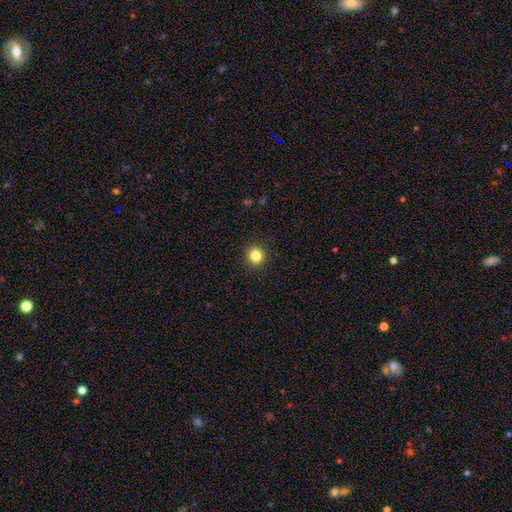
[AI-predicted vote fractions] Smooth or featured?
  - smooth: 84% *
  - star or artifact: 11%
  - featured or disk: 5%
How rounded?
  - round: 84% *
  - in between: 15%
  - cigar-shaped: 1%
Merging?
  - none: 91% *
  - minor disturbance: 6%
  - major disturbance: 2%
  - merger: 1%